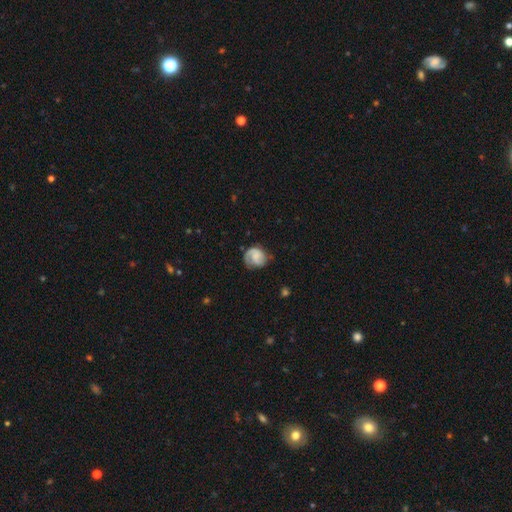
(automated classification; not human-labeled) A featured or disk galaxy (57%) with no bar (61%), spiral arms (88%) and a small central bulge (38%).

Vote fractions:
- Smooth or featured? featured or disk: 57% / smooth: 36% / star or artifact: 7%
- Edge-on disk? no: 98% / yes: 2%
- Bar? no: 61% / weak: 32% / strong: 6%
- Spiral arms? yes: 88% / no: 12%
- Bulge size? small: 38% / none: 33% / moderate: 22% / large: 5% / dominant: 2%
- Merging? none: 58% / minor disturbance: 26% / major disturbance: 14% / merger: 2%